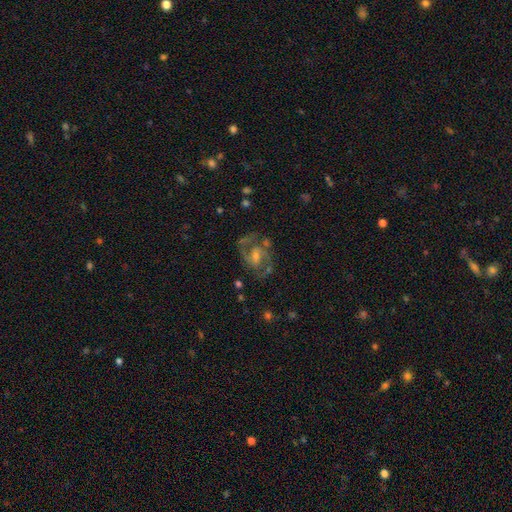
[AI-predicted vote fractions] This is clearly a featured or disk galaxy (84%). It is clearly not viewed edge-on (97%). Bar: possibly weak (49%). Spiral arm pattern: clearly yes (93%). Spiral arm count: likely 2 (79%). Spiral winding: possibly medium (58%). Central bulge: possibly small (50%). Merging: likely none (71%).